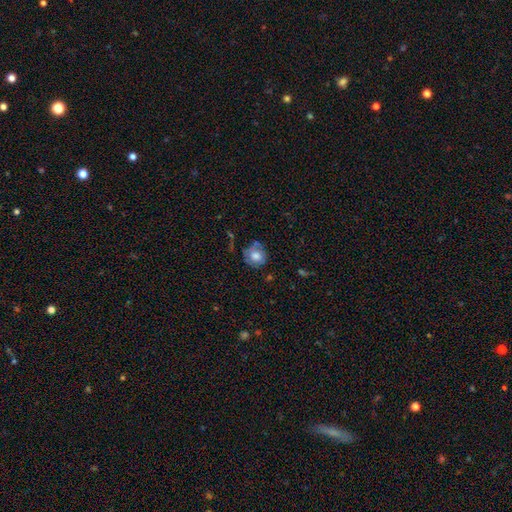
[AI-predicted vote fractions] smooth 67%, featured or disk 24%, star or artifact 9%. Down the decision tree: how rounded — round (83%); merging — none (60%).